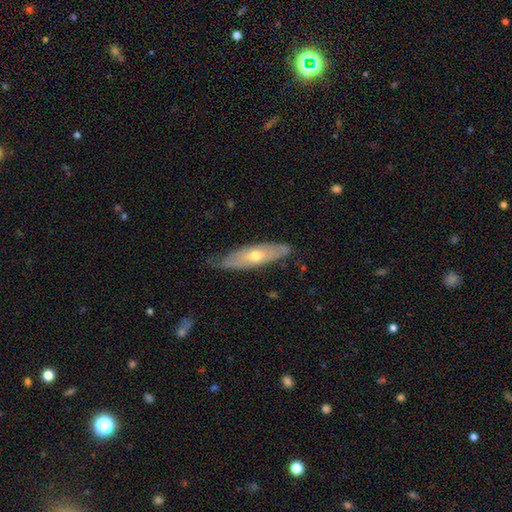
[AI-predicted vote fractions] featured or disk 53%, smooth 41%, star or artifact 6%. Down the decision tree: edge-on disk — no (56%); merging — none (64%).